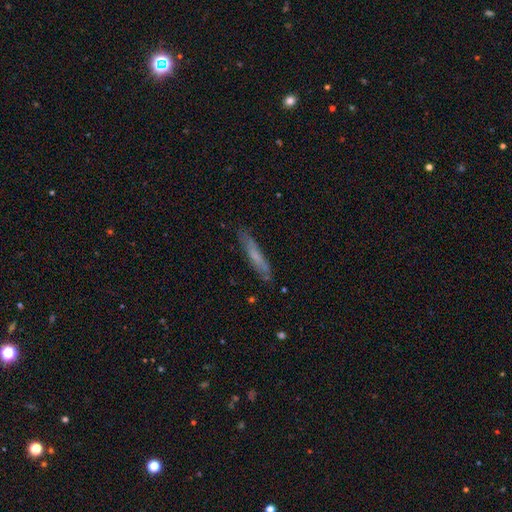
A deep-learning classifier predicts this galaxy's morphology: Smooth or featured: smooth — 54% (featured or disk — 40%)
How rounded: cigar-shaped — 91% (in between — 7%)
Merging: none — 80% (minor disturbance — 15%)